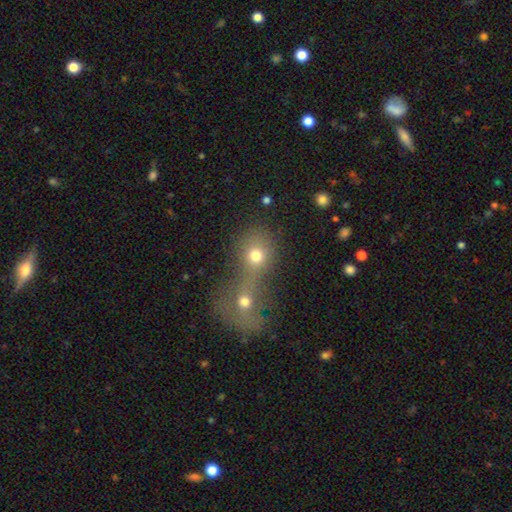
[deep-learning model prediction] smooth_or_featured: smooth (p=0.70) [alt: star or artifact p=0.17]
how_rounded: round (p=0.74) [alt: in between p=0.24]
merging: merger (p=0.67) [alt: none p=0.24]